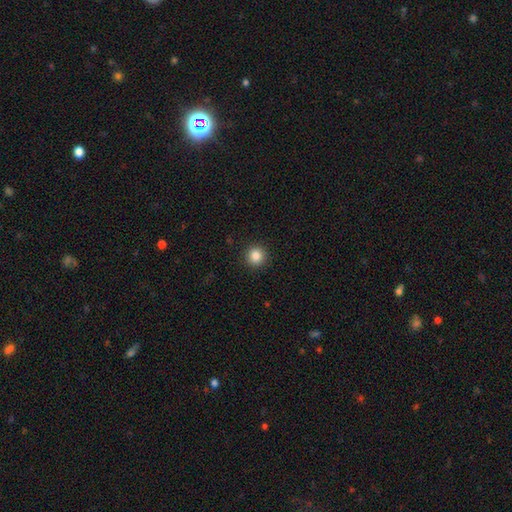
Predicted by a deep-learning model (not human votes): smooth_or_featured: smooth (p=0.84) [alt: star or artifact p=0.11]
how_rounded: round (p=0.95) [alt: in between p=0.04]
merging: none (p=0.92) [alt: minor disturbance p=0.05]